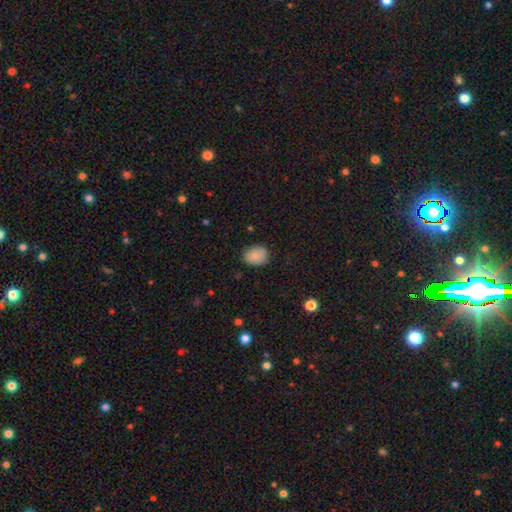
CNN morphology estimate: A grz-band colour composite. It shows a smooth galaxy with no disk features (85%) that is round (51%). Merging: none (82%).